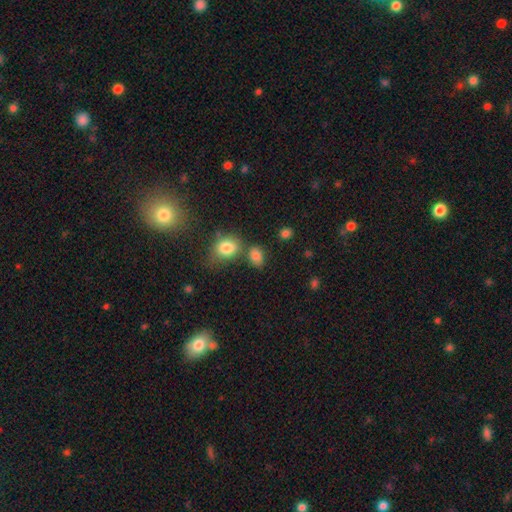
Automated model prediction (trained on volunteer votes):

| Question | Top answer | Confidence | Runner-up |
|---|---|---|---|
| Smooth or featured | smooth | 82% | star or artifact (12%) |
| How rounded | in between | 67% | round (31%) |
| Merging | none | 62% | merger (20%) |